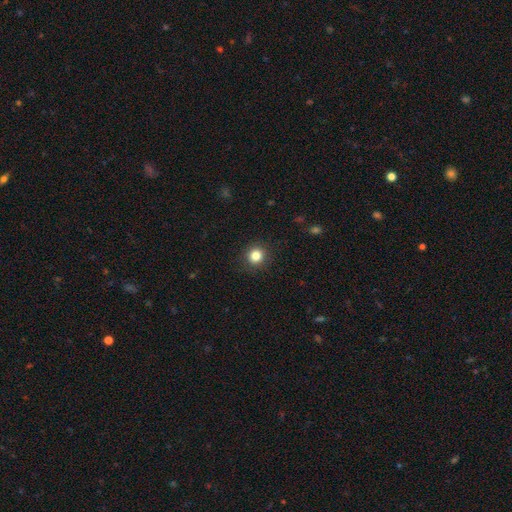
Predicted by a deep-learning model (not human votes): Smooth or featured? Predicted: smooth (p=0.83). How rounded? Predicted: round (p=0.93). Merging? Predicted: none (p=0.92).